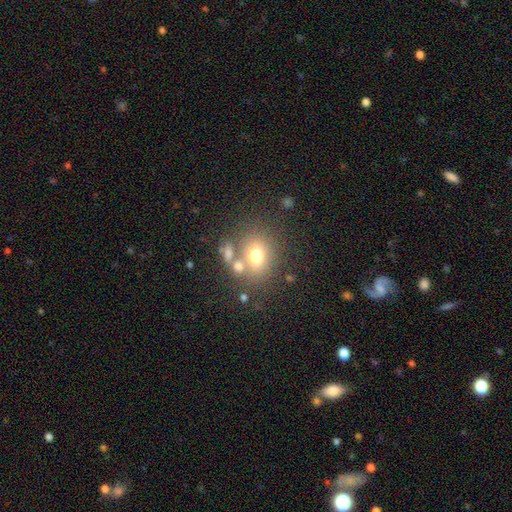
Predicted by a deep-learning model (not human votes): Smooth or featured? smooth (68%)
How rounded? round (59%)
Merging? none (59%)